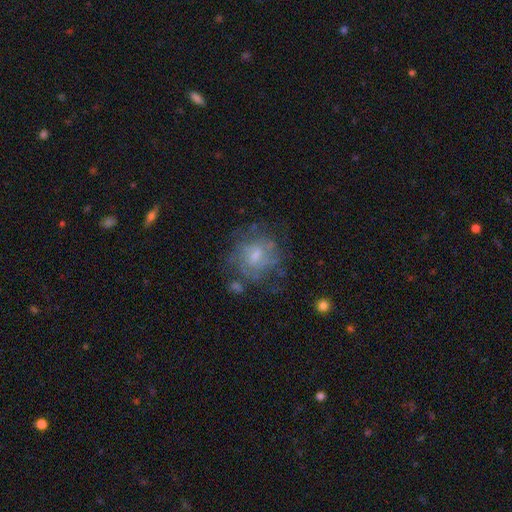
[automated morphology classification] This appears to be a featured or disk galaxy (62%) with a weak bar (49%), spiral arms (62%) and a small central bulge (49%). Merging: none (57%).